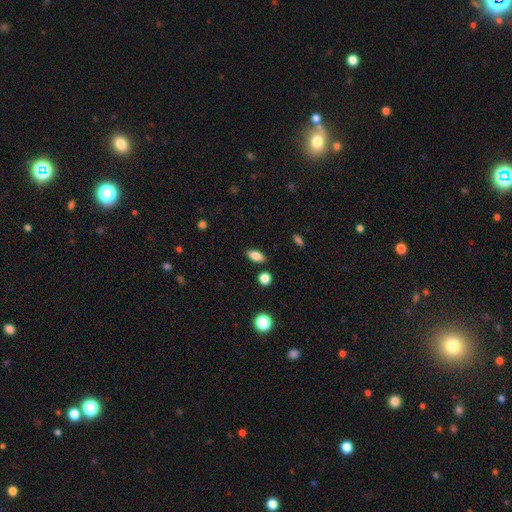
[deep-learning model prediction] A smooth galaxy with no disk features (83%) that is in between round and cigar-shaped (84%).

Vote fractions:
- Smooth or featured? smooth: 83% / star or artifact: 9% / featured or disk: 8%
- How rounded? in between: 84% / cigar-shaped: 11% / round: 5%
- Merging? none: 86% / minor disturbance: 9% / merger: 3% / major disturbance: 2%